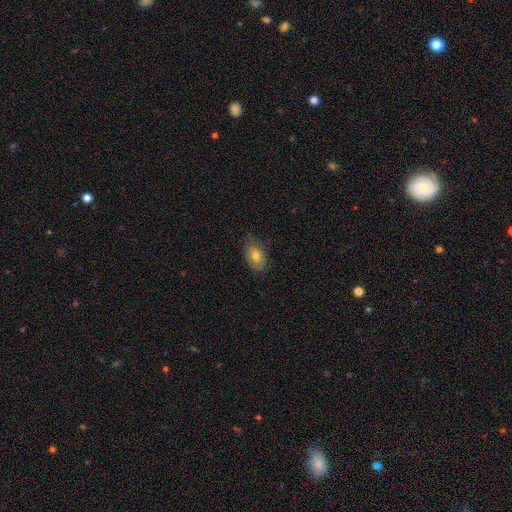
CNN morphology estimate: A smooth galaxy with no disk features (73%) that is in between round and cigar-shaped (87%). Merging: none (73%).